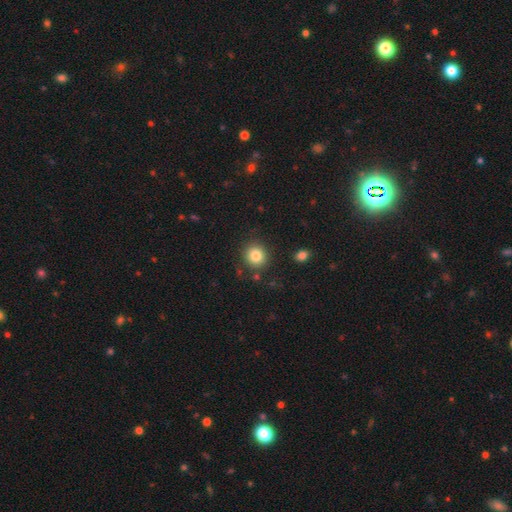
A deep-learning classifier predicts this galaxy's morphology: This is clearly a smooth galaxy (83%). How rounded: clearly round (87%). Merging: clearly none (86%).